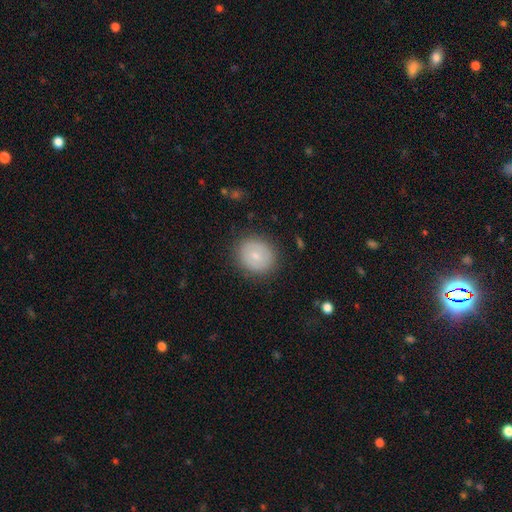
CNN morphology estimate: smooth-or-featured: smooth: 68% | featured or disk: 24% | star or artifact: 8%
  how-rounded: round: 82% | in between: 17% | cigar-shaped: 1%
  merging: none: 86% | minor disturbance: 10% | major disturbance: 3% | merger: 1%